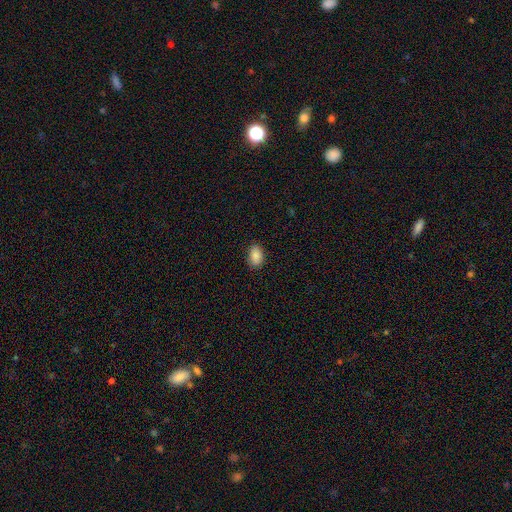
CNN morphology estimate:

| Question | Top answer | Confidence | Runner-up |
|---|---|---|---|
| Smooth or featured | smooth | 88% | star or artifact (8%) |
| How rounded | in between | 87% | round (12%) |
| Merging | none | 86% | minor disturbance (11%) |